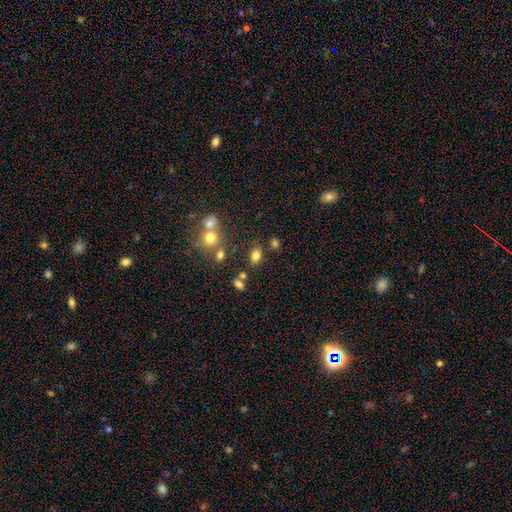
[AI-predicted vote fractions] Smooth or featured: smooth — 78% (star or artifact — 13%)
How rounded: in between — 79% (round — 19%)
Merging: none — 70% (merger — 13%)